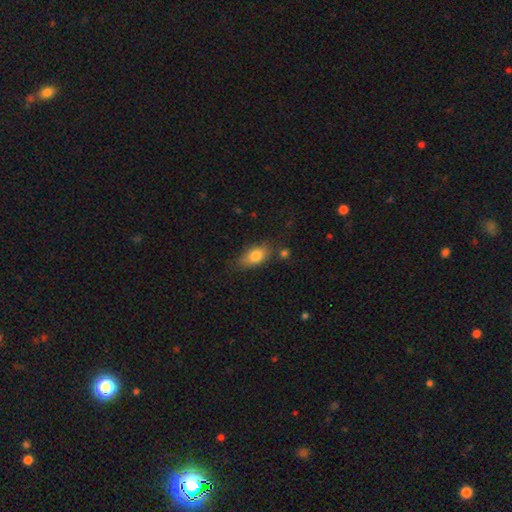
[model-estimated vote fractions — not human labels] A smooth galaxy with no disk features (80%) that is in between round and cigar-shaped (84%).

Vote fractions:
- Smooth or featured? smooth: 80% / featured or disk: 12% / star or artifact: 8%
- How rounded? in between: 84% / round: 9% / cigar-shaped: 7%
- Merging? none: 67% / minor disturbance: 22% / merger: 6% / major disturbance: 6%